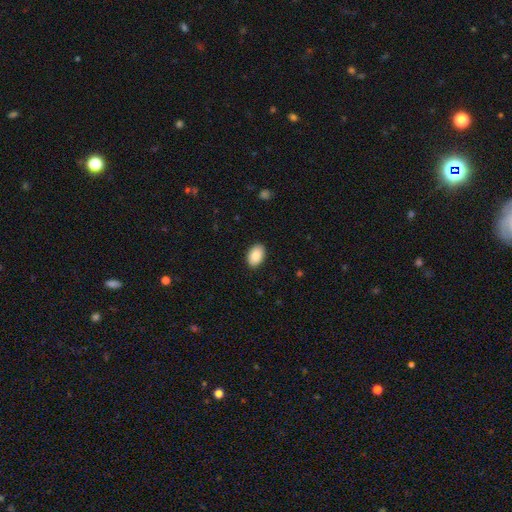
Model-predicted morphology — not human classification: type=smooth (88%); roundness=in between (92%); merging=none (89%).